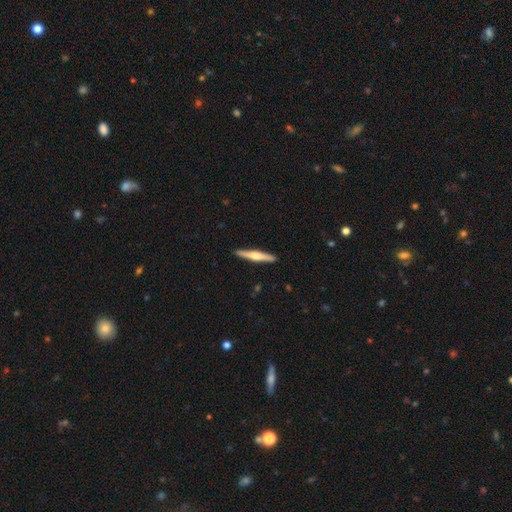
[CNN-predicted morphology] Smooth or featured?
  - featured or disk: 59% *
  - smooth: 36%
  - star or artifact: 5%
Edge-on disk?
  - yes: 98% *
  - no: 2%
Edge-on bulge?
  - rounded: 84% *
  - boxy: 8%
  - none: 7%
Merging?
  - none: 92% *
  - minor disturbance: 6%
  - major disturbance: 1%
  - merger: 1%